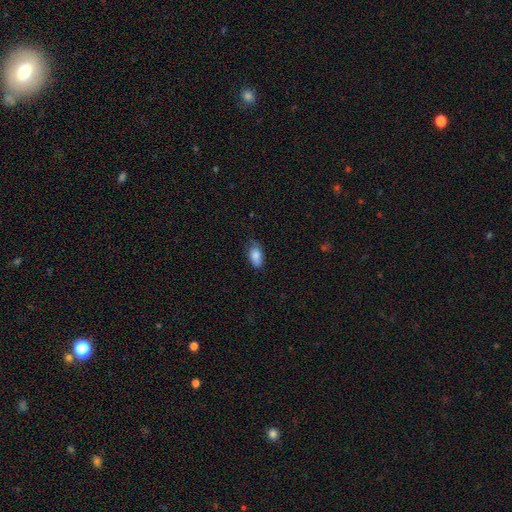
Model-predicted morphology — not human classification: Overall: smooth (85%). How rounded: in between (91%). Merging: none (67%).